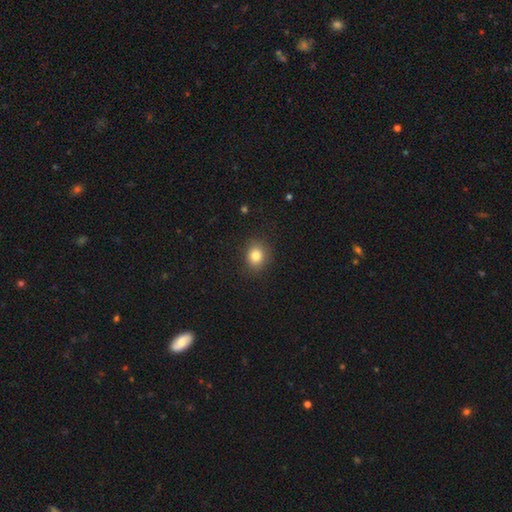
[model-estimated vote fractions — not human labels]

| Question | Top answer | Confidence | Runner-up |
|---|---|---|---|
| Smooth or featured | smooth | 83% | star or artifact (11%) |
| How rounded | round | 68% | in between (31%) |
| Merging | none | 87% | minor disturbance (10%) |